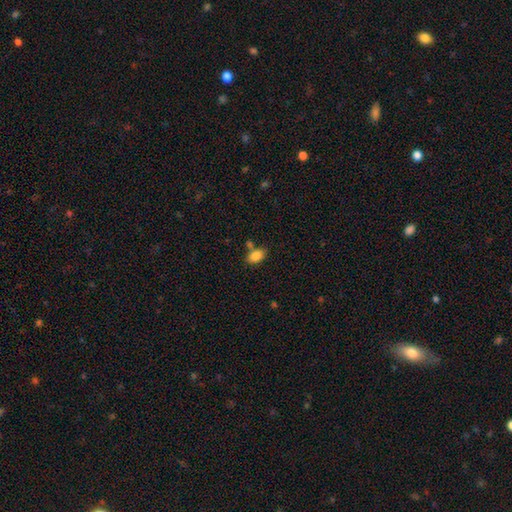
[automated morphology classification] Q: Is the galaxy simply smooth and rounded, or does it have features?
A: smooth — 86%.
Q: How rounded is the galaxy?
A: in between — 87%.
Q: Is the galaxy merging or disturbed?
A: none — 67%.